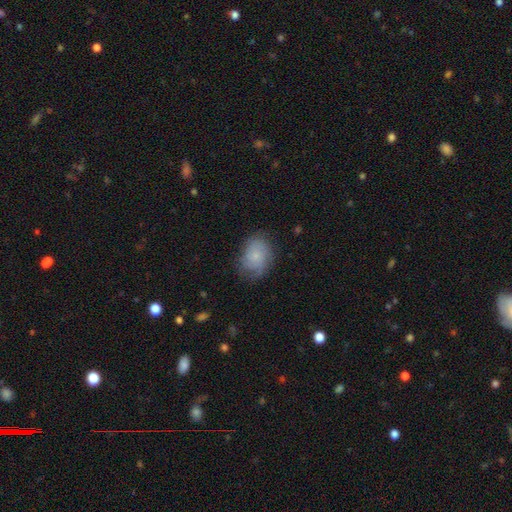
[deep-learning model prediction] Morphology: type=smooth (55%); roundness=in between (61%); merging=none (65%).